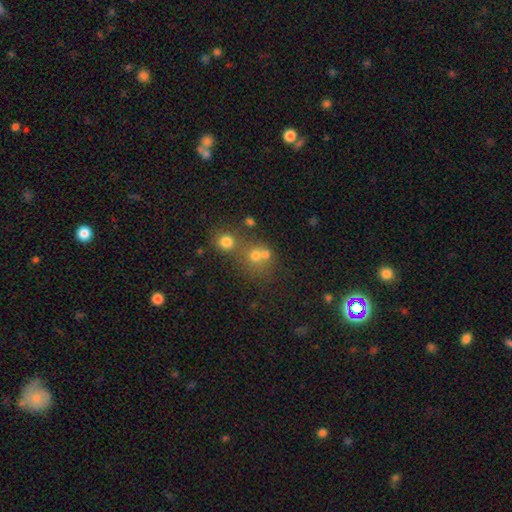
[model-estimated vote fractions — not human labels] The model was most divided on "merging": merger: 45%, none: 42%, minor disturbance: 8%, major disturbance: 5%. More confident: how rounded — round (80%); smooth or featured — smooth (67%).